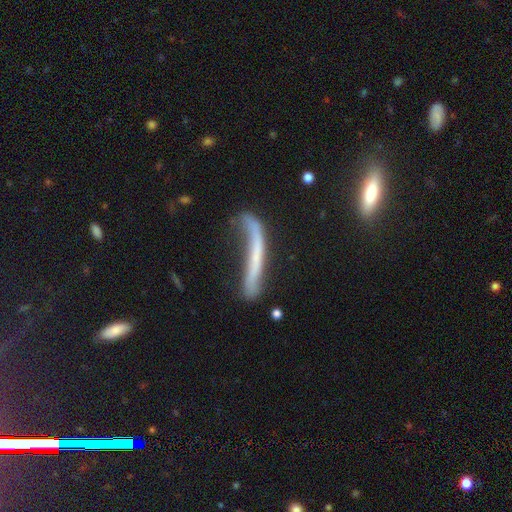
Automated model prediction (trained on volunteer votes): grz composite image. It shows a featured or disk galaxy (48%). Merging: none (37%).